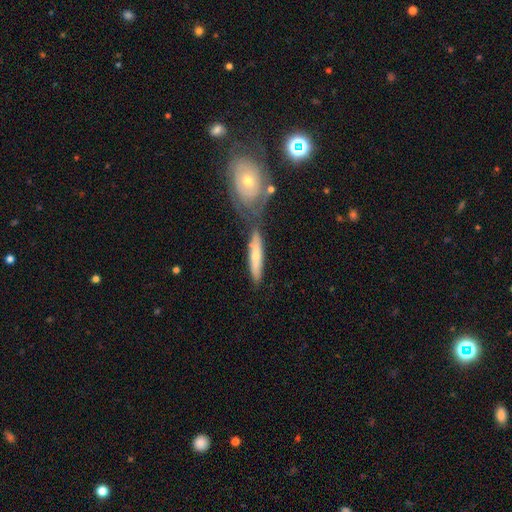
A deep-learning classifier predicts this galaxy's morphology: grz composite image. It shows a smooth galaxy with no disk features (55%) that is cigar-shaped (82%). Merging: none (53%).